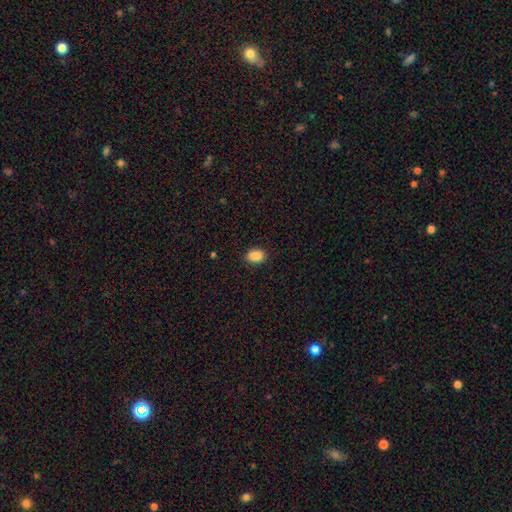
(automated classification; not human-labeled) This is clearly a smooth galaxy (88%). How rounded: likely in between (80%). Merging: clearly none (86%).